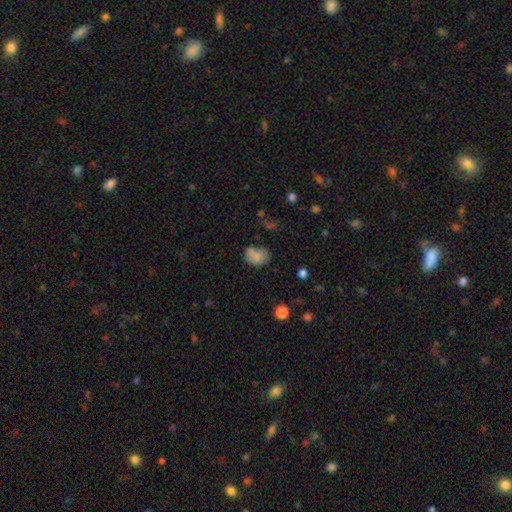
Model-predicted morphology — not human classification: This appears to be a smooth galaxy with no disk features (79%) that is in between round and cigar-shaped (57%). Merging: none (53%).